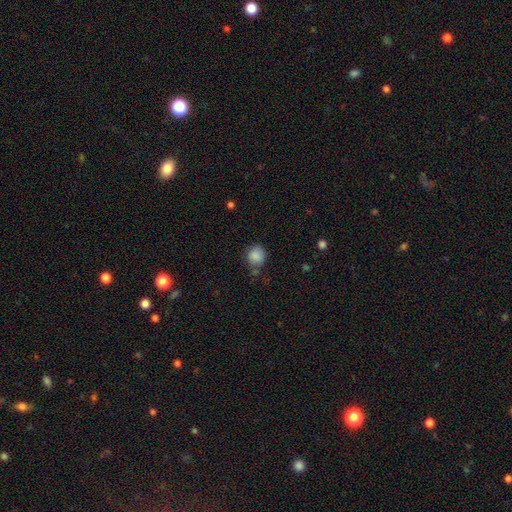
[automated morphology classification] A smooth galaxy with no disk features (86%) that is round (83%). Merging: none (67%).